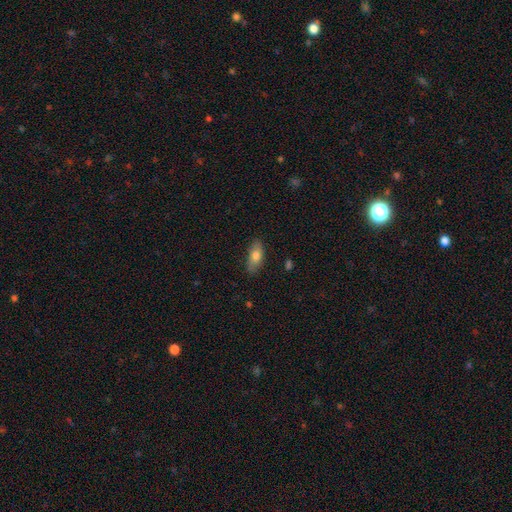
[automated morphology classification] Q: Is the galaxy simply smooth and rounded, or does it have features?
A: smooth — 75%.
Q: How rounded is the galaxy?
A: in between — 79%.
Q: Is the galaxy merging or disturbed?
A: none — 84%.